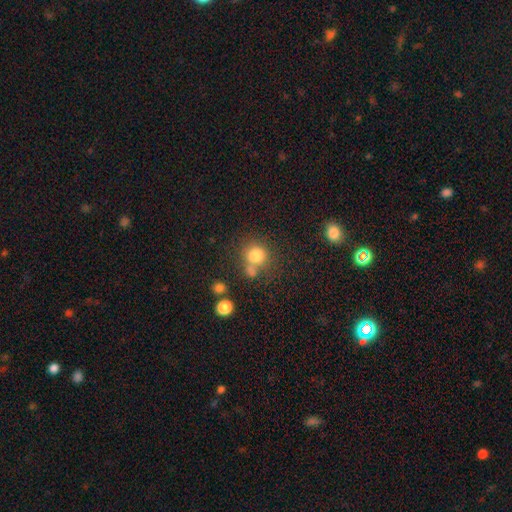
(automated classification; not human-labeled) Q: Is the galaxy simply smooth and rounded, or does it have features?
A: smooth — 79%.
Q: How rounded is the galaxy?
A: round — 80%.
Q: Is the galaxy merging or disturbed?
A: none — 54%.